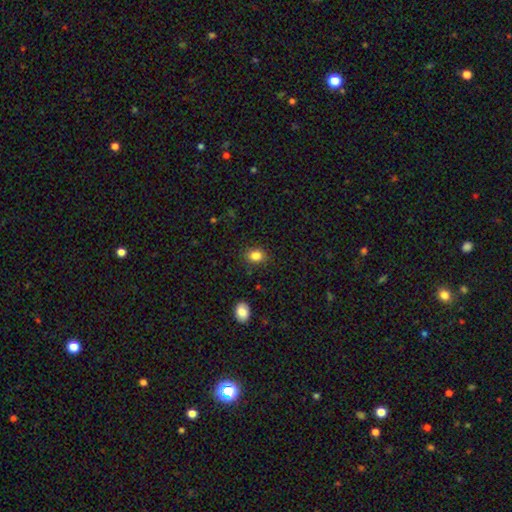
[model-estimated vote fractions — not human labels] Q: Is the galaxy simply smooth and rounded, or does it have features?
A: smooth — 84%.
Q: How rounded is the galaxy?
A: in between — 53%.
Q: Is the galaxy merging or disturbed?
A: none — 85%.